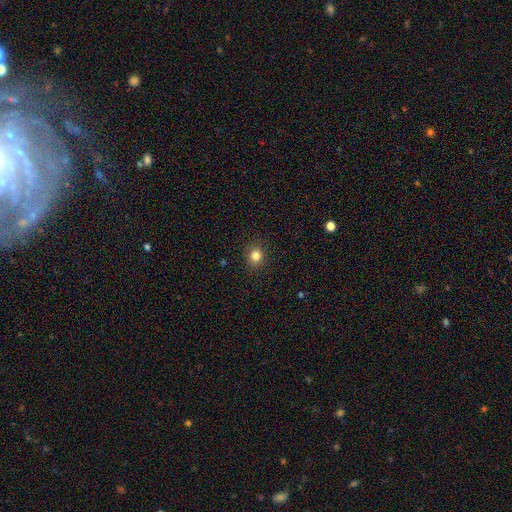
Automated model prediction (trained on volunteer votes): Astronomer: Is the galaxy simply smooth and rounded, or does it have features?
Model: smooth — 82%.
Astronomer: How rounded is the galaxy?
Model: round — 74%.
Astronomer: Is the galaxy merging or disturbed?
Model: none — 90%.